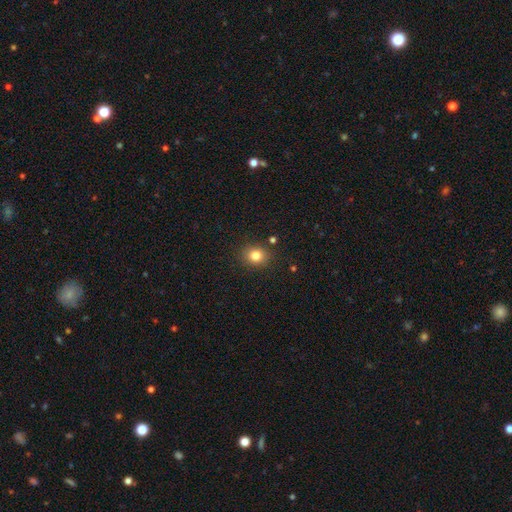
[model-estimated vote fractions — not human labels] This is clearly a smooth galaxy (82%). How rounded: likely round (70%). Merging: clearly none (86%).